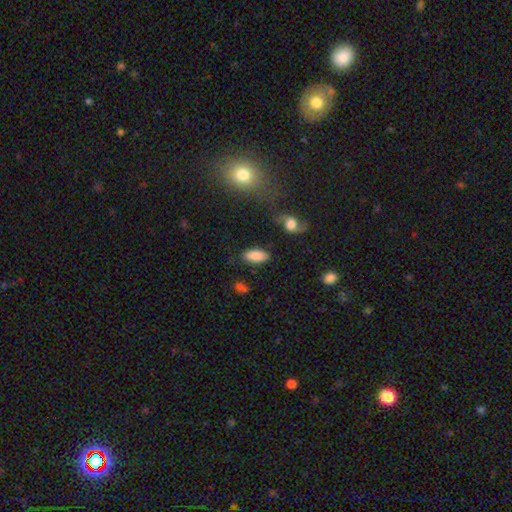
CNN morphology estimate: Smooth or featured: smooth — 82% (featured or disk — 11%)
How rounded: in between — 87% (cigar-shaped — 10%)
Merging: none — 83% (minor disturbance — 11%)